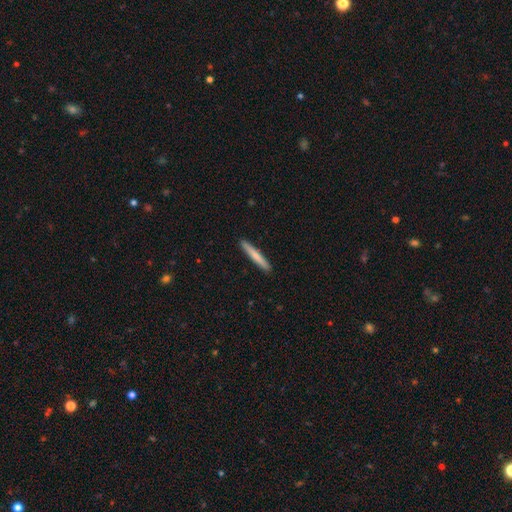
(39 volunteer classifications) Overall: smooth (77%). How rounded: cigar-shaped (100%). Merging: none (82%).